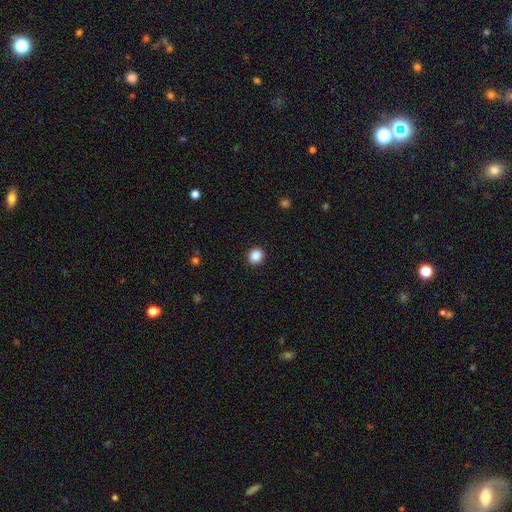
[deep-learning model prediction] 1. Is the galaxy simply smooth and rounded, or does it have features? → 88% smooth, 9% star or artifact, 2% featured or disk.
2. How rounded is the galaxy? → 76% round, 23% in between, 1% cigar-shaped.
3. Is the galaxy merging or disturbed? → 91% none, 6% minor disturbance, 2% major disturbance, 1% merger.